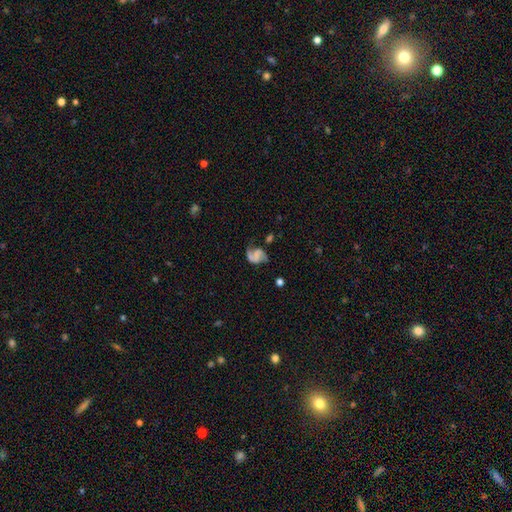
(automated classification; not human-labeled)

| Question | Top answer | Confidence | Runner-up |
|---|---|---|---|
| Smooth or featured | featured or disk | 72% | smooth (19%) |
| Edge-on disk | no | 98% | yes (2%) |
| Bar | no | 46% | weak (36%) |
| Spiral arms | yes | 90% | no (10%) |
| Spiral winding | loose | 48% | medium (39%) |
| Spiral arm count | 2 | 82% | 1 (12%) |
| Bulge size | none | 63% | small (22%) |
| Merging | none | 51% | minor disturbance (21%) |